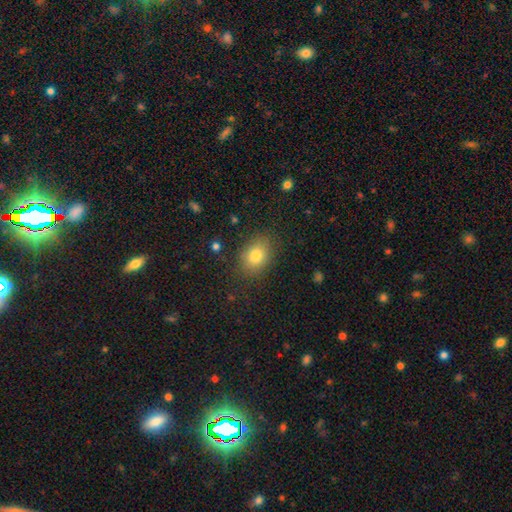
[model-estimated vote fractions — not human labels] This appears to be a smooth galaxy with no disk features (81%) that is in between round and cigar-shaped (67%). Merging: none (82%).